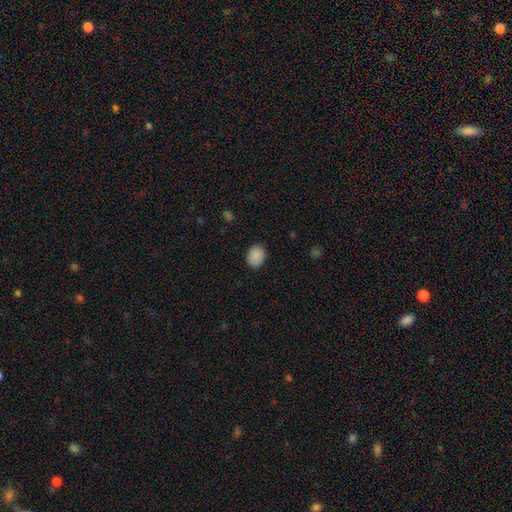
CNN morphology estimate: type=smooth (89%); roundness=in between (56%); merging=none (86%).